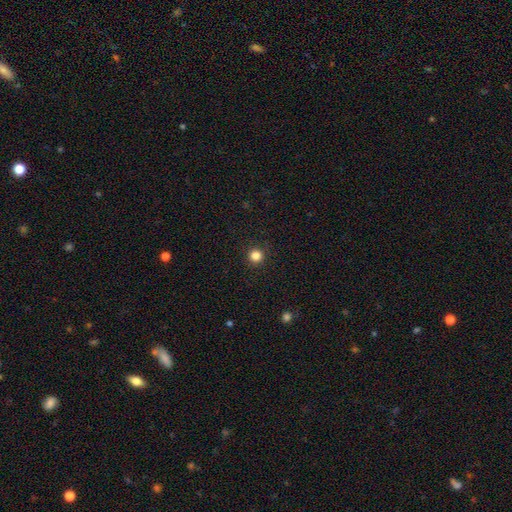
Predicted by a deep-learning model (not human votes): A smooth galaxy with no disk features (84%) that is round (95%). Merging: none (92%).